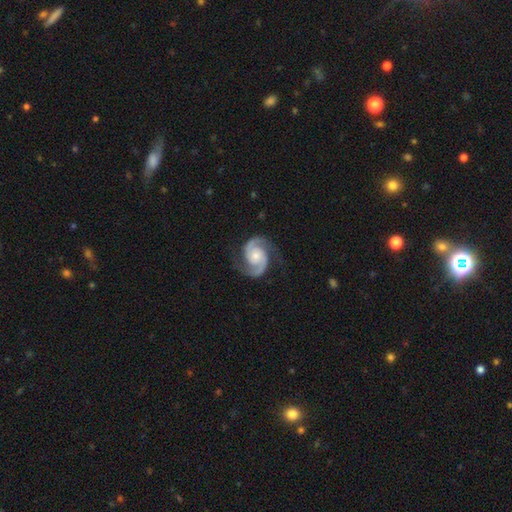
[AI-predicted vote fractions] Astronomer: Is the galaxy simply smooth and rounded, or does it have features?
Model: featured or disk — 92%.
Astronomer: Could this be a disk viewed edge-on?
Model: no — 98%.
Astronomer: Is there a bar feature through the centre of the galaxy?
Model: no — 69%.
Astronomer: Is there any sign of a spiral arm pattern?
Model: yes — 98%.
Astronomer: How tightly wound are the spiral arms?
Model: medium — 54% (runner-up: tight, 33%).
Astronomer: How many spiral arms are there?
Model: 2 — 94%.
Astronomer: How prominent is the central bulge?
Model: moderate — 46% (runner-up: small, 45%).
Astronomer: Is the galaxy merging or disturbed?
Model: none — 80%.